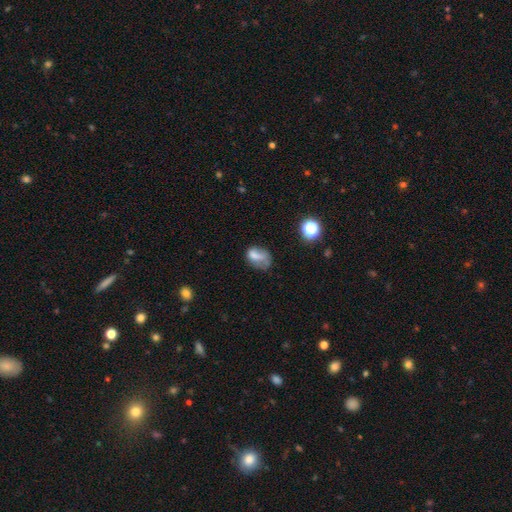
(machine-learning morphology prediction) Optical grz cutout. It shows a smooth galaxy with no disk features (64%) that is in between round and cigar-shaped (75%). Merging: none (33%).